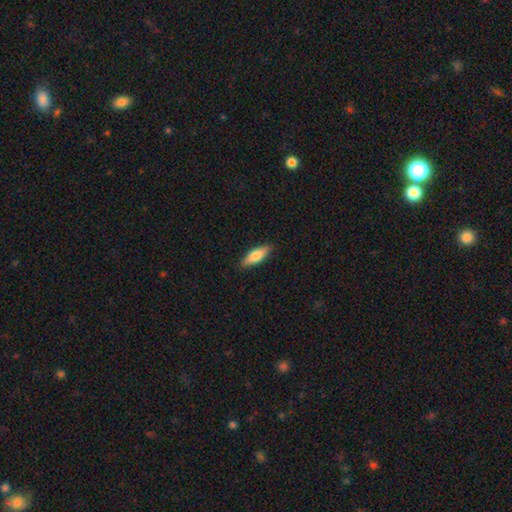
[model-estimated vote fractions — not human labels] The model was most divided on "how rounded": in between: 59%, cigar-shaped: 38%, round: 2%. More confident: merging — none (88%); smooth or featured — smooth (73%).